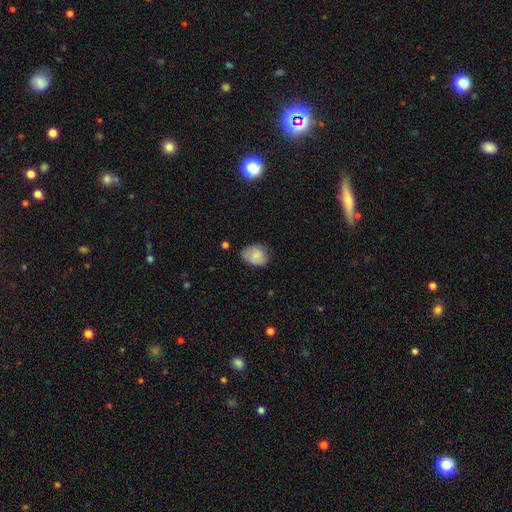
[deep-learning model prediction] The model was most divided on "how rounded": in between: 64%, round: 35%, cigar-shaped: 1%. More confident: smooth or featured — smooth (79%); merging — none (61%).